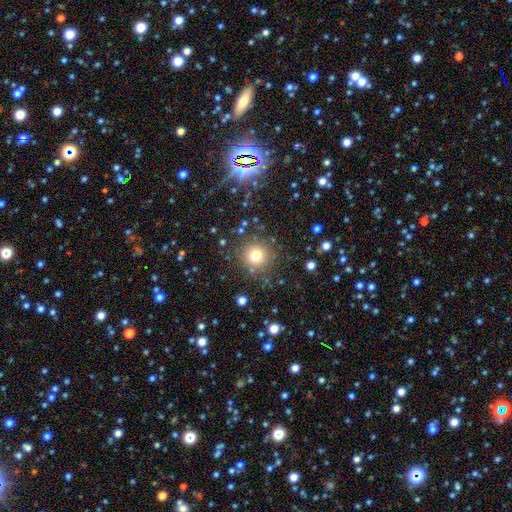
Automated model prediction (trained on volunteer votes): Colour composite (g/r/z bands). It shows a smooth galaxy with no disk features (76%) that is round (94%). Merging: none (85%).